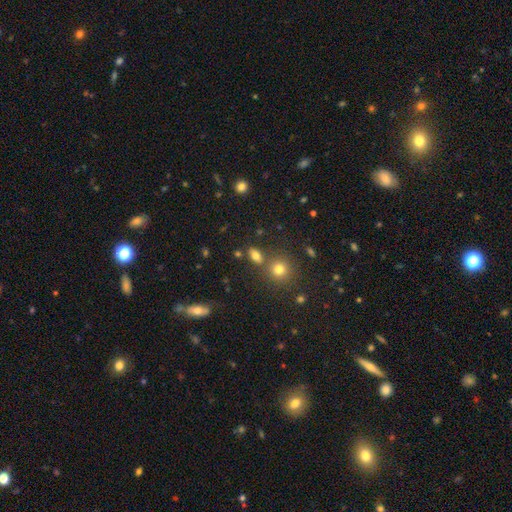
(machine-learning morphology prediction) smooth_or_featured: smooth (p=0.78) [alt: star or artifact p=0.14]
how_rounded: in between (p=0.78) [alt: round p=0.17]
merging: none (p=0.72) [alt: merger p=0.13]